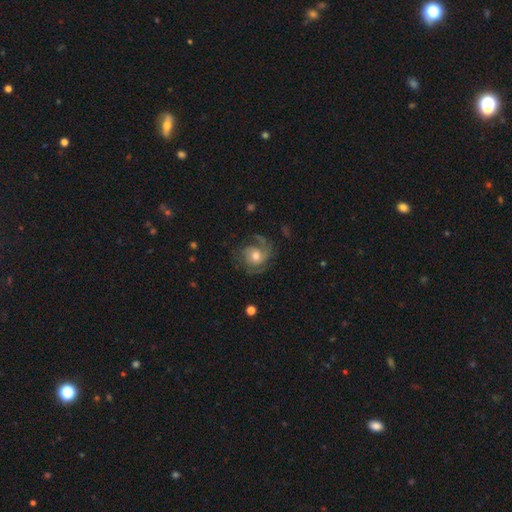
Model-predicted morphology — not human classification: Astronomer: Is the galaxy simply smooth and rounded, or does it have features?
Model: featured or disk — 79%.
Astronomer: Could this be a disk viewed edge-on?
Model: no — 98%.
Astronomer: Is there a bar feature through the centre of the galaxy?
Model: no — 79%.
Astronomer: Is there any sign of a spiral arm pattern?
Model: yes — 93%.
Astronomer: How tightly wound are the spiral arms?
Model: medium — 41% (runner-up: tight, 40%).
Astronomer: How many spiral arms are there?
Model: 2 — 31% (runner-up: 3, 26%).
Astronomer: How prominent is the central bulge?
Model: moderate — 68%.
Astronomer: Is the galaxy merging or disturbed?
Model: none — 63%.